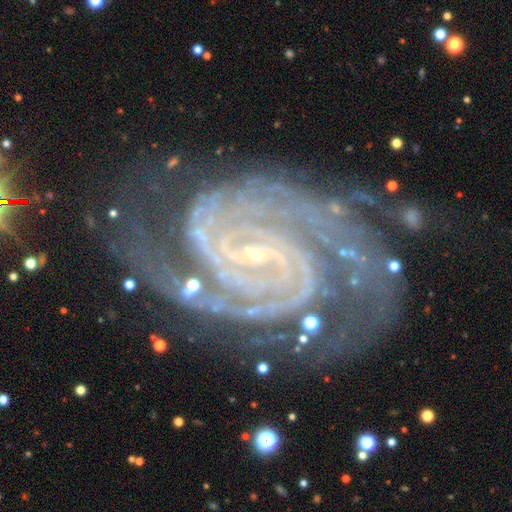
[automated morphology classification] Smooth or featured: featured or disk — 93% (star or artifact — 5%)
Edge-on disk: no — 98% (yes — 2%)
Bar: weak — 37% (tied with no — 37%)
Spiral arms: yes — 99% (no — 1%)
Spiral winding: tight — 75% (medium — 23%)
Spiral arm count: 2 — 46% (3 — 18%)
Bulge size: small — 87% (moderate — 7%)
Merging: none — 66% (minor disturbance — 22%)